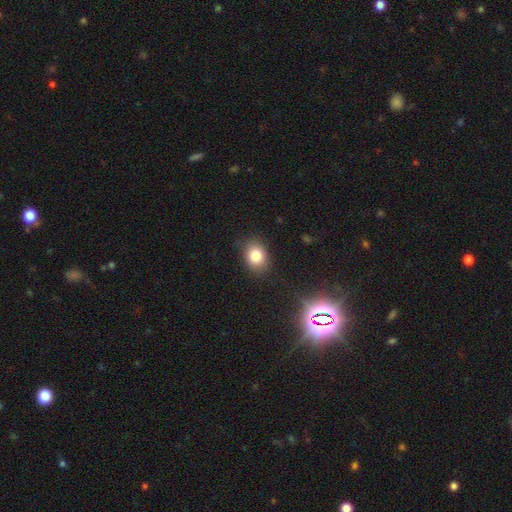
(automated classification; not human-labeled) The model was most divided on "how rounded": in between: 53%, round: 46%, cigar-shaped: 1%. More confident: merging — none (83%); smooth or featured — smooth (82%).